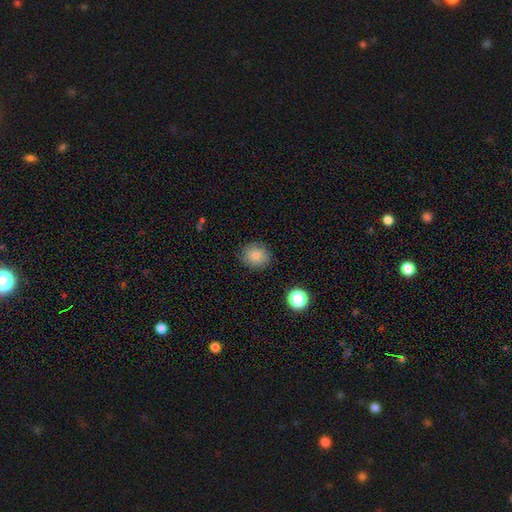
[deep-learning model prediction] Q: Smooth or featured?
A: smooth (82%); runner-up: star or artifact (10%)
Q: How rounded?
A: round (85%); runner-up: in between (14%)
Q: Merging?
A: none (87%); runner-up: minor disturbance (9%)